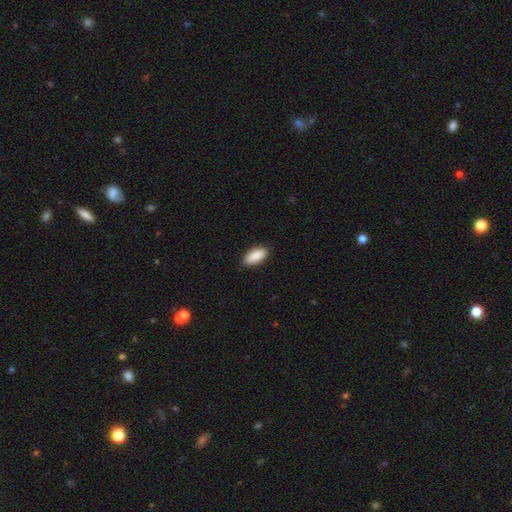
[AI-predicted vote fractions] This is clearly a smooth galaxy (90%). How rounded: clearly in between (91%). Merging: clearly none (86%).